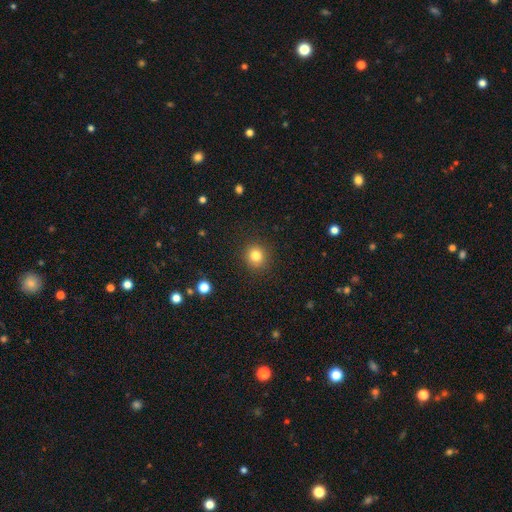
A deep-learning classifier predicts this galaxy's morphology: Smooth or featured? smooth (82%)
How rounded? round (90%)
Merging? none (90%)